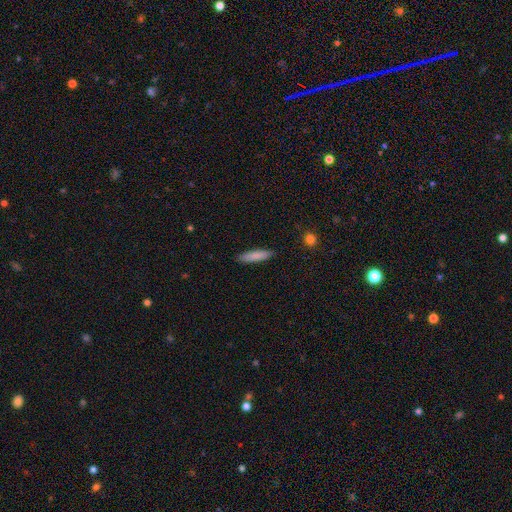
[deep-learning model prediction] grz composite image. It shows a smooth galaxy with no disk features (85%) that is cigar-shaped (76%). Merging: none (88%).